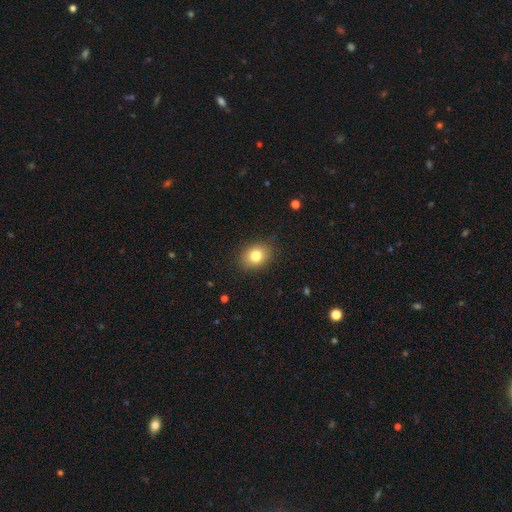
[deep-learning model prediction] Smooth or featured? smooth (80%)
How rounded? in between (51%)
Merging? none (86%)